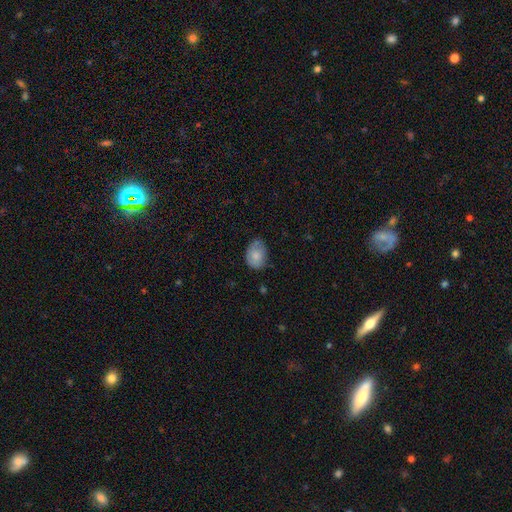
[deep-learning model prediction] Smooth or featured: smooth — 79% (featured or disk — 13%)
How rounded: in between — 76% (round — 23%)
Merging: none — 59% (minor disturbance — 32%)